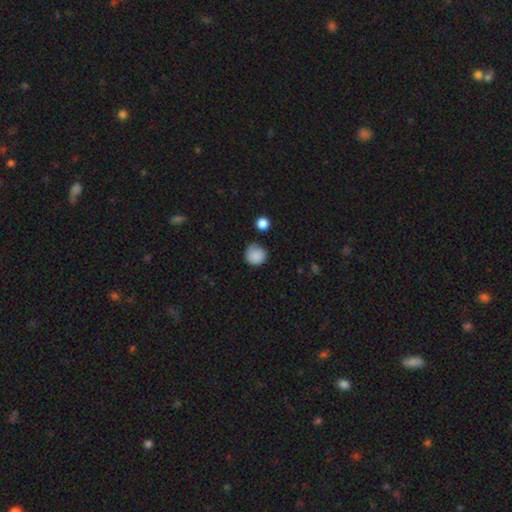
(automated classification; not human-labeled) Overall: smooth (78%). How rounded: round (89%). Merging: none (59%; minor disturbance 27%).